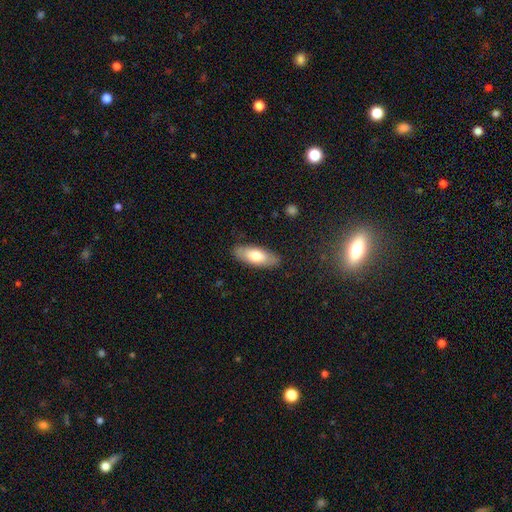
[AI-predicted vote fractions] Q: Smooth or featured?
A: smooth (73%); runner-up: featured or disk (22%)
Q: How rounded?
A: in between (75%); runner-up: cigar-shaped (23%)
Q: Merging?
A: none (86%); runner-up: minor disturbance (10%)